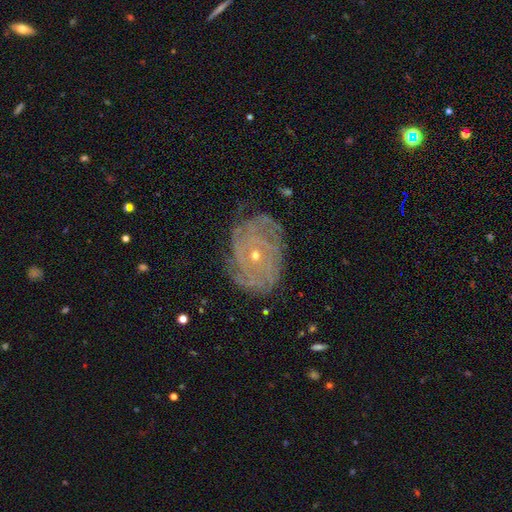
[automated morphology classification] This is clearly a featured or disk galaxy (85%). It is clearly not viewed edge-on (96%). Bar: likely no (77%). Spiral arm pattern: clearly yes (95%). Spiral arm count: marginally can't tell (38%). Spiral winding: likely tight (79%). Central bulge: likely small (67%). Merging: likely none (75%).